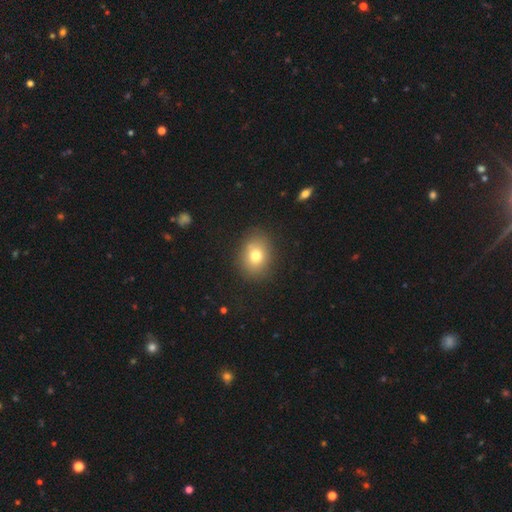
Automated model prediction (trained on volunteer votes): Smooth or featured? Predicted: smooth (p=0.76). How rounded? Predicted: in between (p=0.50). Merging? Predicted: none (p=0.84).